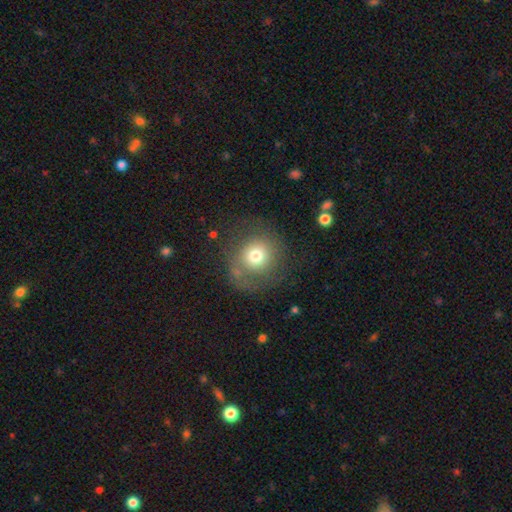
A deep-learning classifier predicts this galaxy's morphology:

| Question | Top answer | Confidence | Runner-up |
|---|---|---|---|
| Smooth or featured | smooth | 68% | featured or disk (20%) |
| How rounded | round | 87% | in between (12%) |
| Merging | none | 66% | minor disturbance (17%) |